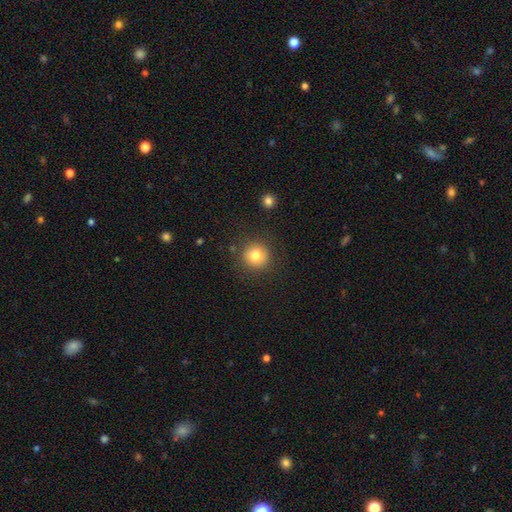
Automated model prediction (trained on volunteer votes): Smooth or featured? smooth (79%)
How rounded? round (93%)
Merging? none (86%)